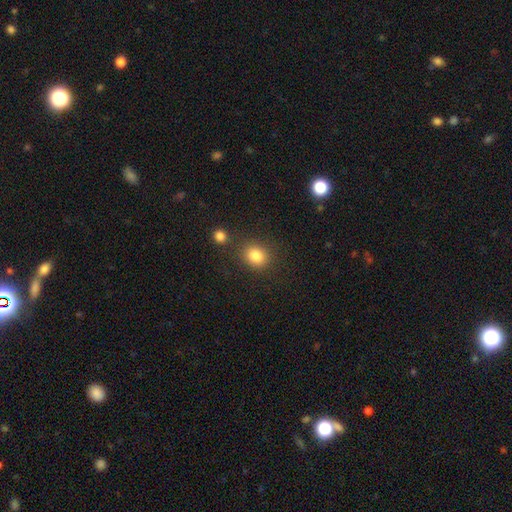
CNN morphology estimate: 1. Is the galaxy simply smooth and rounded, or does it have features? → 84% smooth, 10% star or artifact, 6% featured or disk.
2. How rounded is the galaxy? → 65% round, 34% in between, 1% cigar-shaped.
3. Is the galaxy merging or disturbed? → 78% none, 11% minor disturbance, 8% merger, 4% major disturbance.